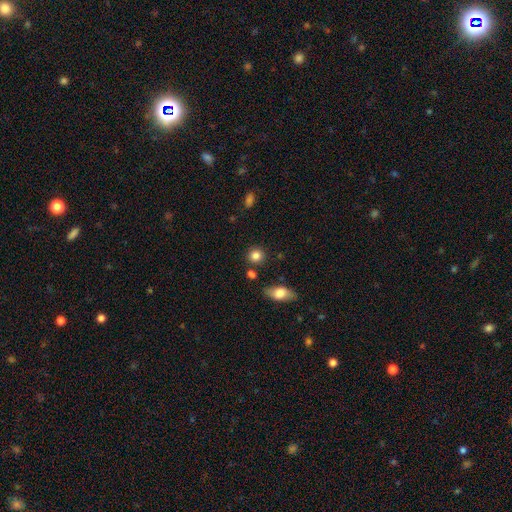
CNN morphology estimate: This appears to be a smooth galaxy with no disk features (85%) that is round (86%). Merging: none (83%).